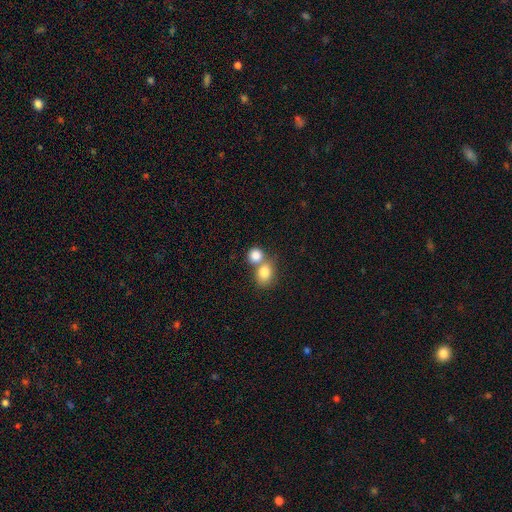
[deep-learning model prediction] smooth-or-featured: smooth: 82% | star or artifact: 9% | featured or disk: 9%
  how-rounded: round: 72% | in between: 27% | cigar-shaped: 1%
  merging: merger: 53% | none: 38% | minor disturbance: 6% | major disturbance: 3%